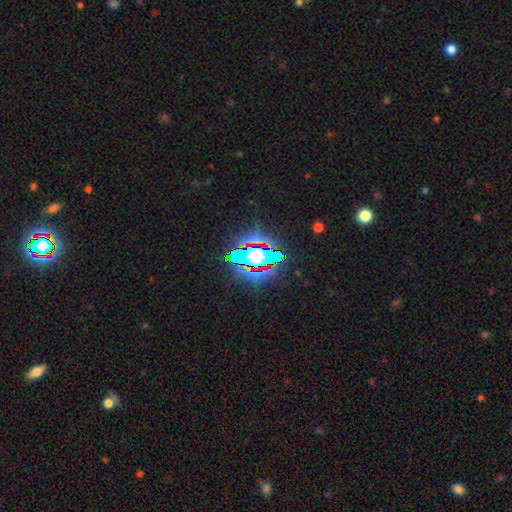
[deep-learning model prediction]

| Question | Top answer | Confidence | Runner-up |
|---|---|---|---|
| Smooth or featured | star or artifact | 58% | smooth (26%) |